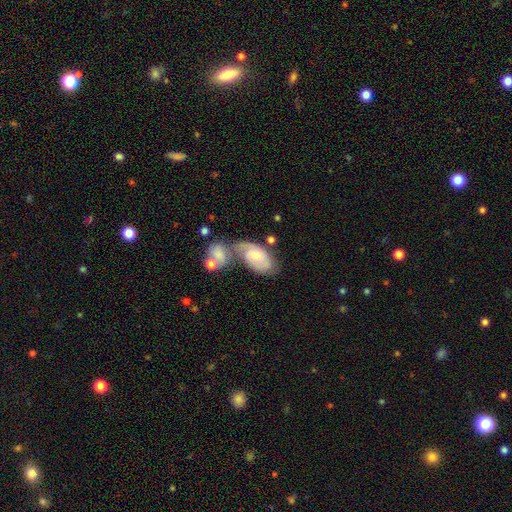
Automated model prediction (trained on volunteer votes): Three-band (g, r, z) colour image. It shows a featured or disk galaxy (57%) with no bar (66%), spiral arms (80%) and a small central bulge (53%). Merging: merger (44%).